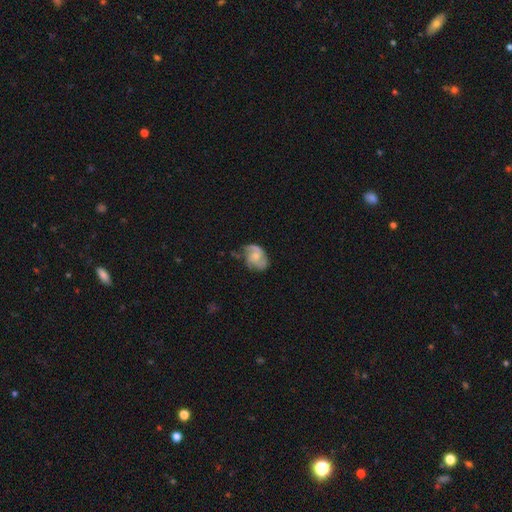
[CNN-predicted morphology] Smooth or featured? featured or disk (70%)
Edge-on disk? no (98%)
Bar? no (72%)
Spiral arms? yes (90%)
Spiral winding? medium (46%)
Spiral arm count? 2 (45%)
Bulge size? small (53%)
Merging? none (52%)